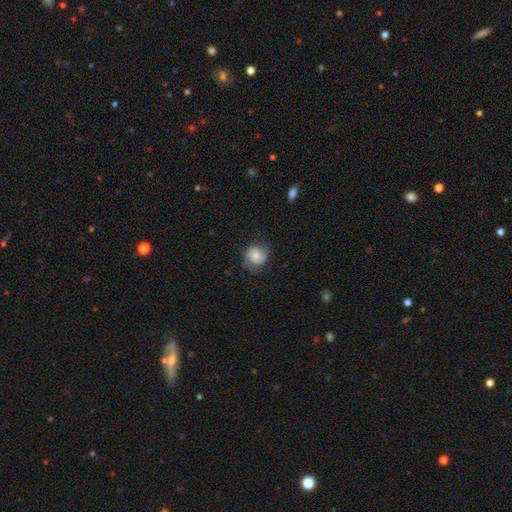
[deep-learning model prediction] Smooth or featured? featured or disk (52%)
Edge-on disk? no (97%)
Bar? no (63%)
Spiral arms? yes (90%)
Bulge size? moderate (46%)
Merging? none (71%)